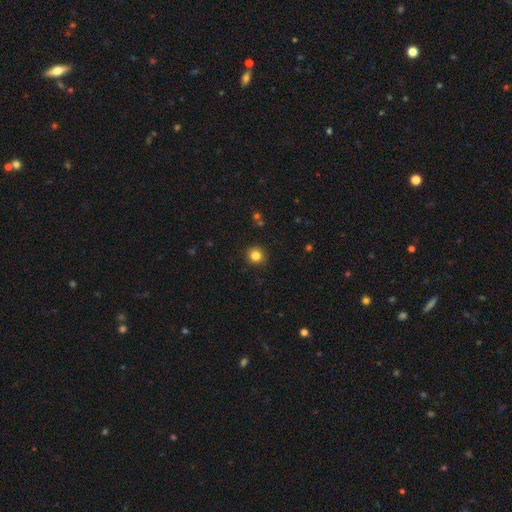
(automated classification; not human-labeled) smooth-or-featured: smooth: 83% | star or artifact: 12% | featured or disk: 5%
  how-rounded: round: 92% | in between: 7% | cigar-shaped: 1%
  merging: none: 91% | minor disturbance: 6% | major disturbance: 2% | merger: 1%